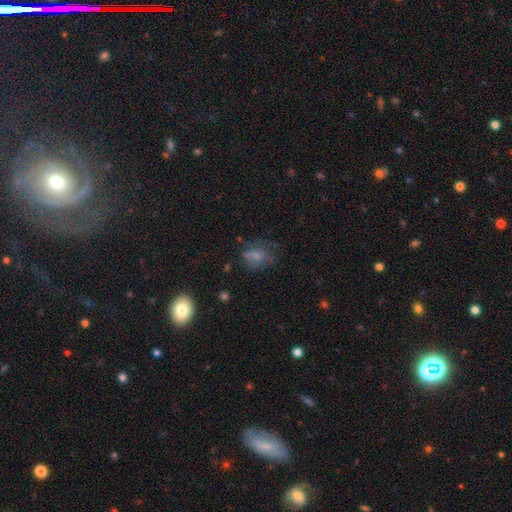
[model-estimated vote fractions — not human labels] smooth-or-featured: smooth: 64% | featured or disk: 22% | star or artifact: 14%
  how-rounded: in between: 58% | round: 40% | cigar-shaped: 2%
  merging: none: 48% | minor disturbance: 25% | major disturbance: 24% | merger: 3%